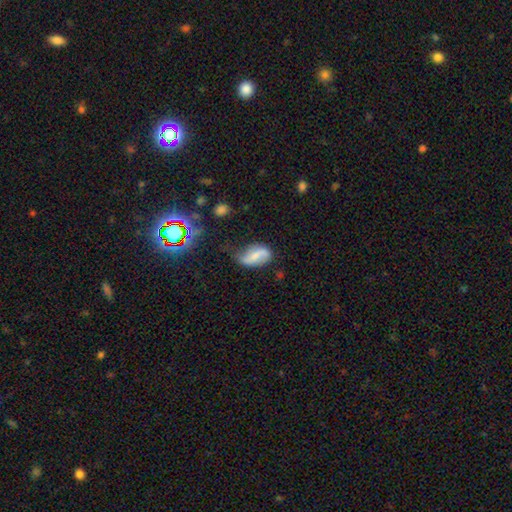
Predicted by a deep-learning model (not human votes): A featured or disk galaxy (55%) with a weak bar (39%), spiral arms (82%) and a small central bulge (42%).

Vote fractions:
- Smooth or featured? featured or disk: 55% / smooth: 36% / star or artifact: 9%
- Edge-on disk? no: 96% / yes: 4%
- Bar? weak: 39% / strong: 34% / no: 27%
- Spiral arms? yes: 82% / no: 18%
- Bulge size? small: 42% / none: 28% / moderate: 26% / large: 3% / dominant: 2%
- Merging? none: 47% / minor disturbance: 33% / major disturbance: 16% / merger: 5%